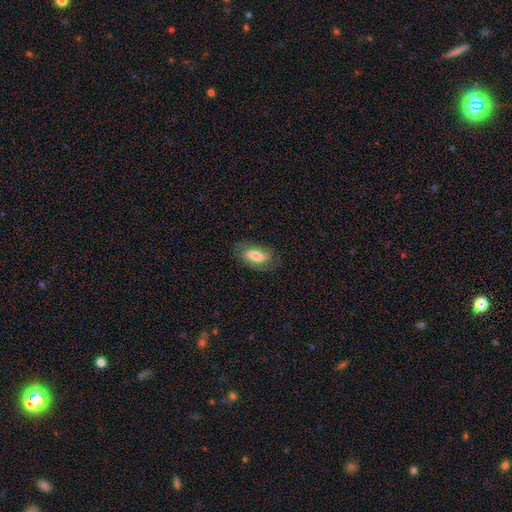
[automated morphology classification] smooth 54%, featured or disk 38%, star or artifact 7%. Down the decision tree: how rounded — in between (81%); merging — none (74%).